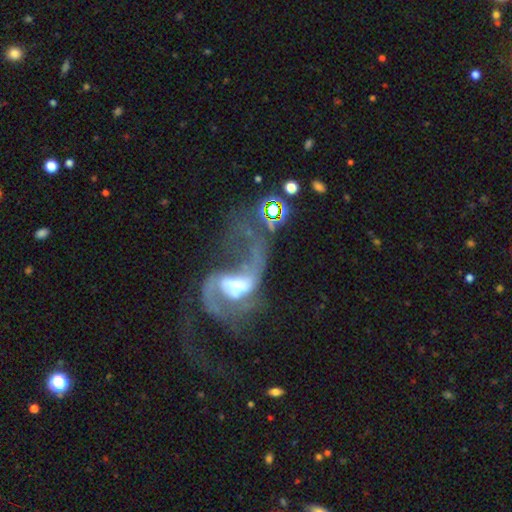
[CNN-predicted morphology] Q: Smooth or featured?
A: featured or disk (85%); runner-up: star or artifact (8%)
Q: Edge-on disk?
A: no (97%); runner-up: yes (3%)
Q: Bar?
A: weak (45%); runner-up: no (30%)
Q: Spiral arms?
A: yes (92%); runner-up: no (8%)
Q: Spiral winding?
A: loose (63%); runner-up: medium (30%)
Q: Spiral arm count?
A: 2 (78%); runner-up: 1 (8%)
Q: Bulge size?
A: moderate (51%); runner-up: small (23%)
Q: Merging?
A: major disturbance (37%); runner-up: none (28%)